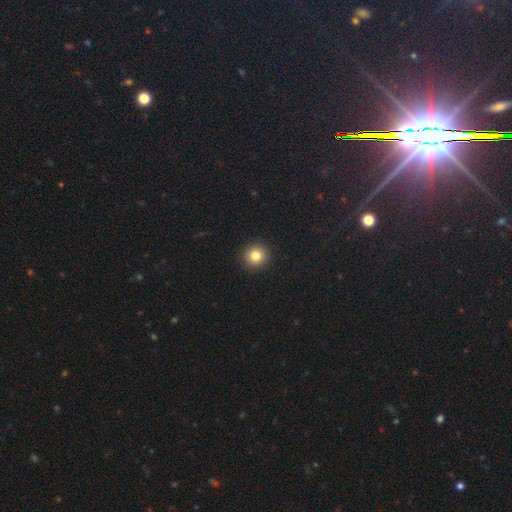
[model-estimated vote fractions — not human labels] A smooth galaxy with no disk features (83%) that is round (94%). Merging: none (93%).